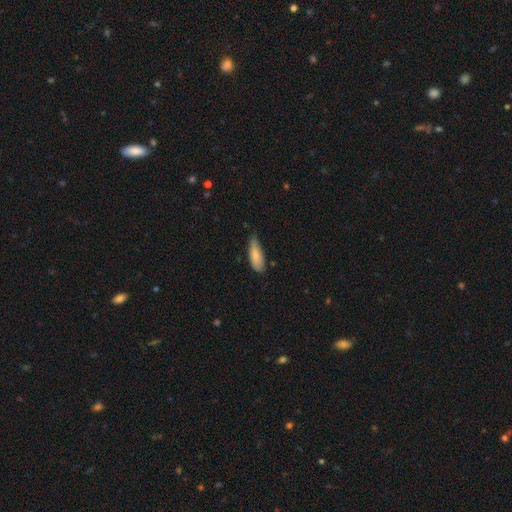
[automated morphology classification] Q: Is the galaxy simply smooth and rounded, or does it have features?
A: smooth — 80%.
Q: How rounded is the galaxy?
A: in between — 64%.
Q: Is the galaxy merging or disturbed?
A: none — 57%.